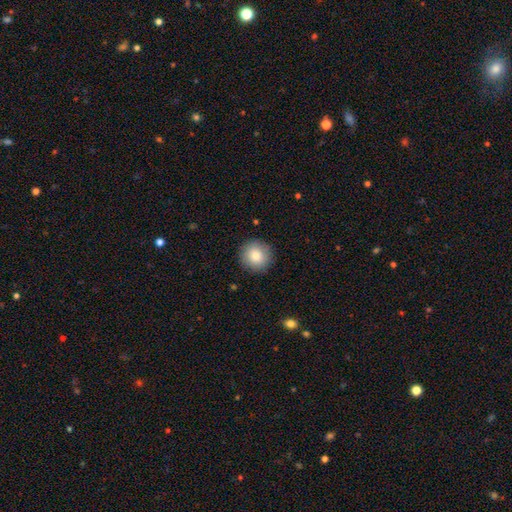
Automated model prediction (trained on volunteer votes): Smooth or featured?
  - smooth: 83% *
  - featured or disk: 9%
  - star or artifact: 8%
How rounded?
  - round: 94% *
  - in between: 5%
  - cigar-shaped: 1%
Merging?
  - none: 91% *
  - minor disturbance: 7%
  - major disturbance: 2%
  - merger: 1%